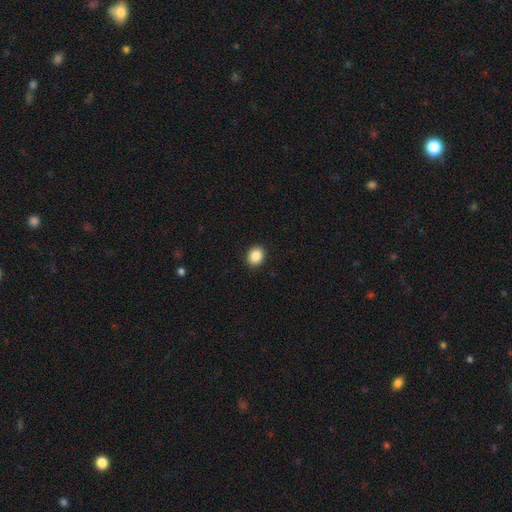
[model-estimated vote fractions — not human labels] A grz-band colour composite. It shows a smooth galaxy with no disk features (88%) that is round (55%). Merging: none (91%).